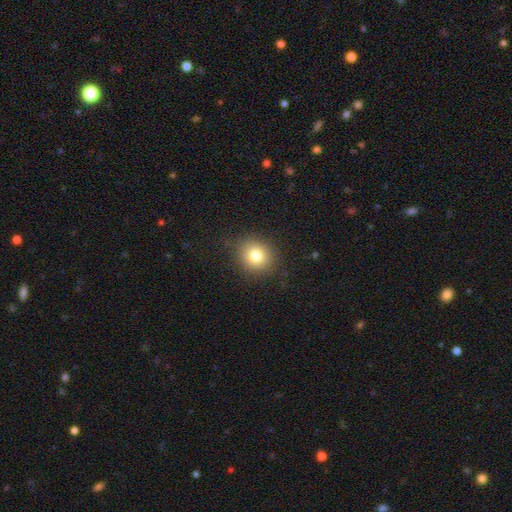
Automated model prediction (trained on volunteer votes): smooth-or-featured: smooth: 79% | star or artifact: 12% | featured or disk: 9%
  how-rounded: round: 80% | in between: 19% | cigar-shaped: 1%
  merging: none: 87% | minor disturbance: 9% | major disturbance: 3% | merger: 1%